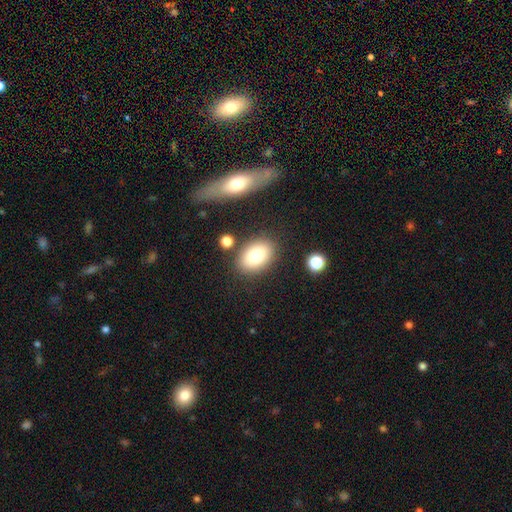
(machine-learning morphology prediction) smooth 81%, featured or disk 10%, star or artifact 9%. Down the decision tree: how rounded — in between (84%); merging — none (81%).